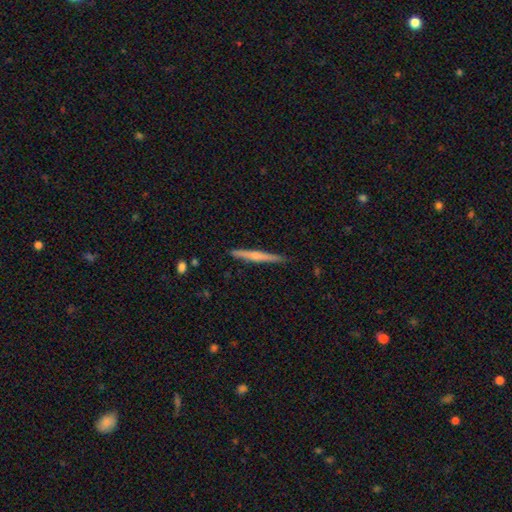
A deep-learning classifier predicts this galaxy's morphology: Smooth or featured? featured or disk (54%)
Edge-on disk? yes (98%)
Edge-on bulge? rounded (57%)
Merging? none (90%)